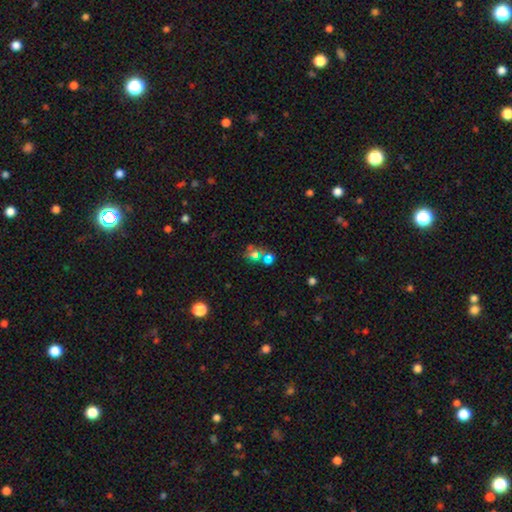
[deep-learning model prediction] Smooth or featured?
  - smooth: 45% *
  - star or artifact: 36%
  - featured or disk: 20%
Merging?
  - none: 54% *
  - merger: 27%
  - minor disturbance: 11%
  - major disturbance: 8%